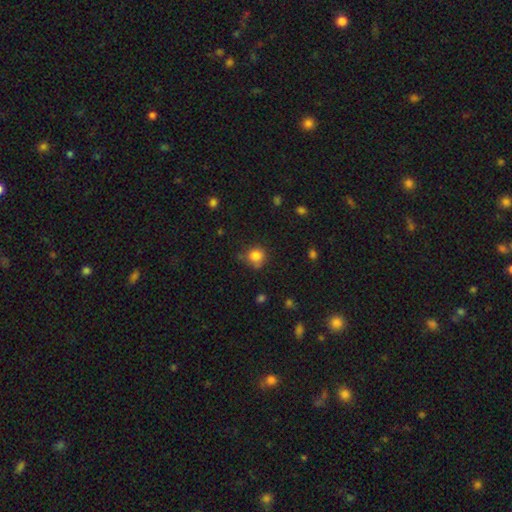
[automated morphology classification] Overall: smooth (82%). How rounded: round (81%). Merging: none (58%; minor disturbance 29%).